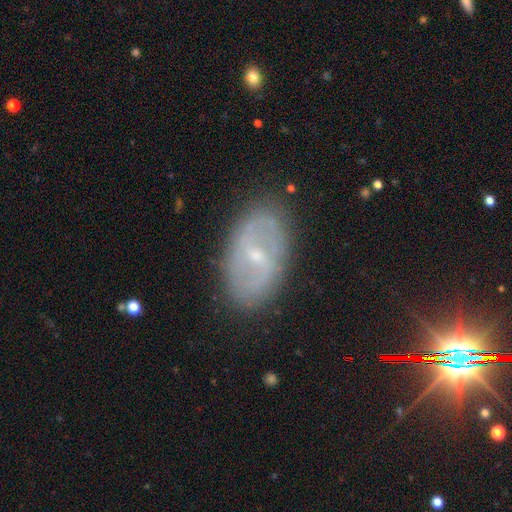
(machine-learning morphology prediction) smooth_or_featured: featured or disk (p=0.69) [alt: smooth p=0.23]
disk_edge_on: no (p=0.93) [alt: yes p=0.07]
bar: weak (p=0.55) [alt: no p=0.23]
has_spiral_arms: yes (p=0.67) [alt: no p=0.33]
bulge_size: small (p=0.67) [alt: moderate p=0.28]
merging: none (p=0.83) [alt: minor disturbance p=0.12]